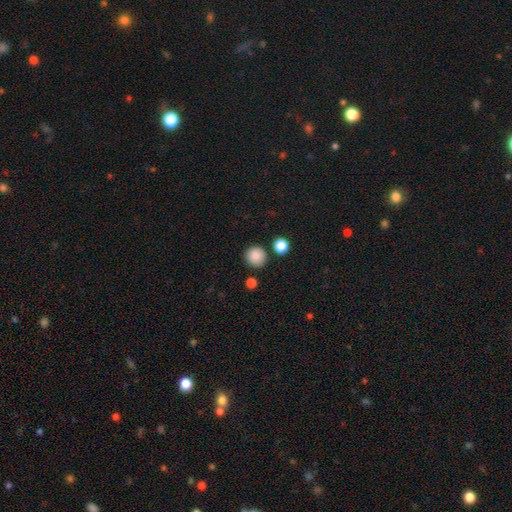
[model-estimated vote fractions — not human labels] Morphology: type=smooth (87%); roundness=round (93%); merging=none (86%).